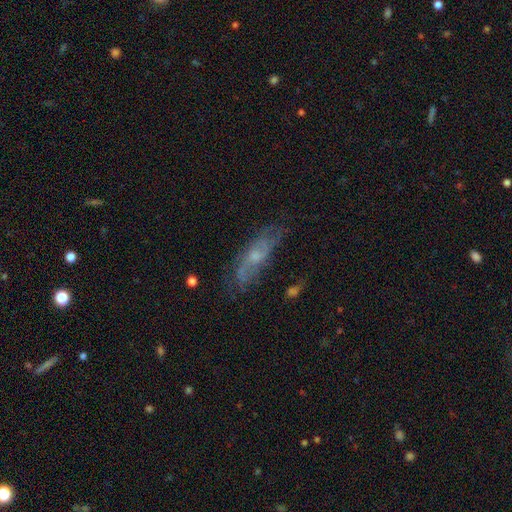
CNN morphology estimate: This is possibly a featured or disk galaxy (58%). It is likely not viewed edge-on (75%). Merging: likely none (60%).